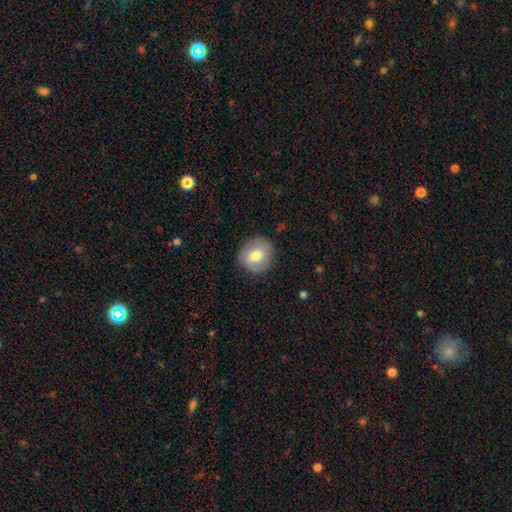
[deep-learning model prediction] This appears to be a smooth galaxy with no disk features (63%) that is round (83%). Merging: none (84%).